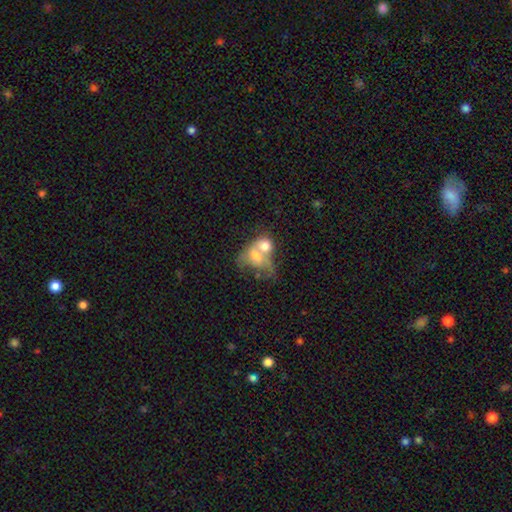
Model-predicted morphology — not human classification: Smooth or featured: smooth — 57% (featured or disk — 34%)
How rounded: in between — 59% (round — 39%)
Merging: merger — 74% (major disturbance — 10%)